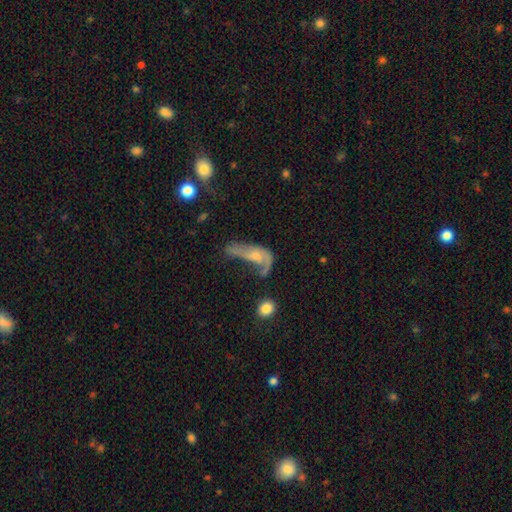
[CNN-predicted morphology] featured or disk 57%, smooth 32%, star or artifact 11%. Down the decision tree: edge-on disk — no (84%); merging — major disturbance (47%).